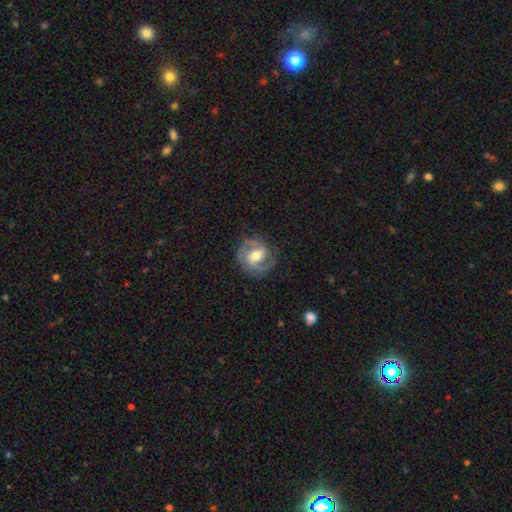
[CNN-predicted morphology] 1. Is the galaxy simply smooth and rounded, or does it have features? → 82% featured or disk, 13% smooth, 5% star or artifact.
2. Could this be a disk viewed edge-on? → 97% no, 3% yes.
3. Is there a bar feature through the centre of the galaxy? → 47% weak, 30% strong, 22% no.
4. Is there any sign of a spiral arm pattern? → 94% yes, 6% no.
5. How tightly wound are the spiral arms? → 48% medium, 39% tight, 12% loose.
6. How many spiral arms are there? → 86% 2, 6% can't tell, 3% 3, 3% 1, 1% 4, 1% more than 4.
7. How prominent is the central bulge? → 65% moderate, 20% small, 12% large, 2% none, 1% dominant.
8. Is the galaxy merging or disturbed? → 80% none, 13% minor disturbance, 6% major disturbance, 1% merger.